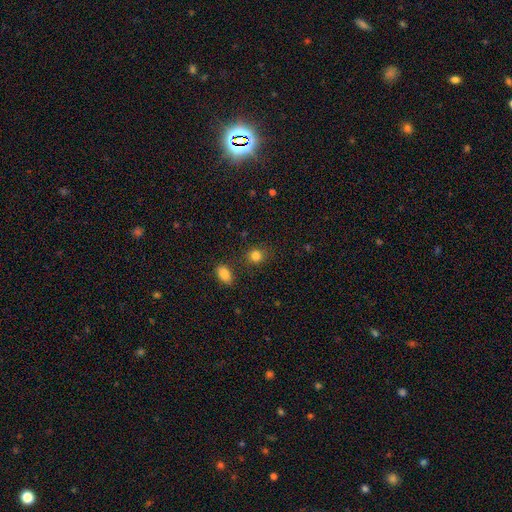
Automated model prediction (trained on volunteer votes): Smooth or featured? smooth (84%)
How rounded? round (78%)
Merging? none (83%)